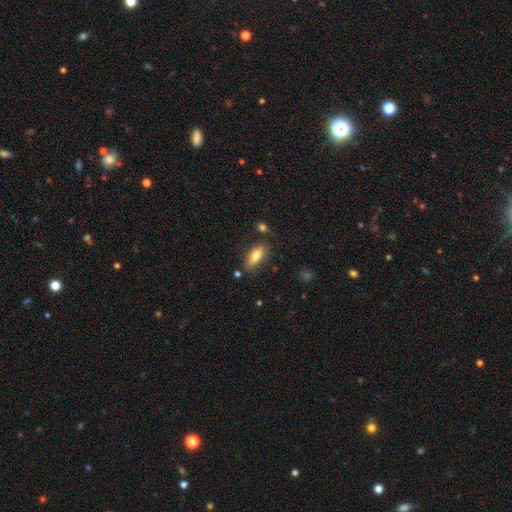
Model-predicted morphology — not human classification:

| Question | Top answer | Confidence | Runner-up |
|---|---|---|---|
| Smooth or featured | smooth | 75% | featured or disk (18%) |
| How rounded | in between | 75% | cigar-shaped (22%) |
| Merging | none | 78% | minor disturbance (14%) |